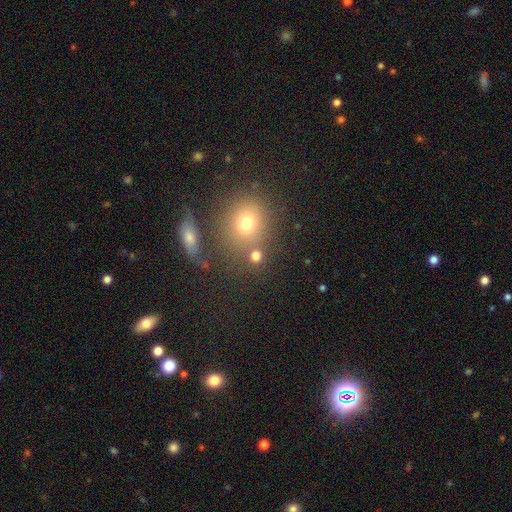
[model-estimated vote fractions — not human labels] Q: Smooth or featured?
A: smooth (75%); runner-up: star or artifact (17%)
Q: How rounded?
A: round (84%); runner-up: in between (14%)
Q: Merging?
A: none (72%); runner-up: merger (14%)